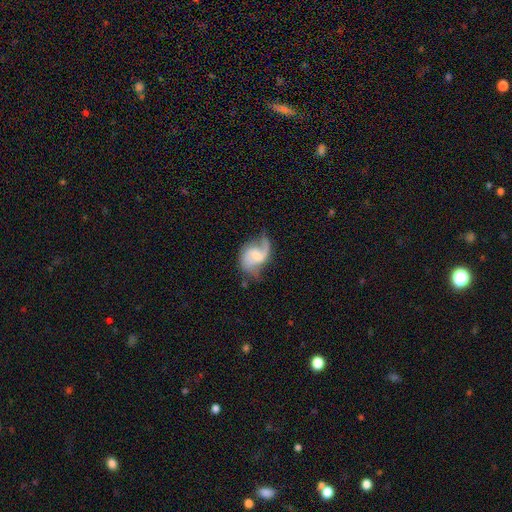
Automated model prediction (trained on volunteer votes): A featured or disk galaxy (82%) with a weak bar (49%), 2 (77%) loose (46%) spiral arms (95%) and a small central bulge (47%). Merging: none (54%).